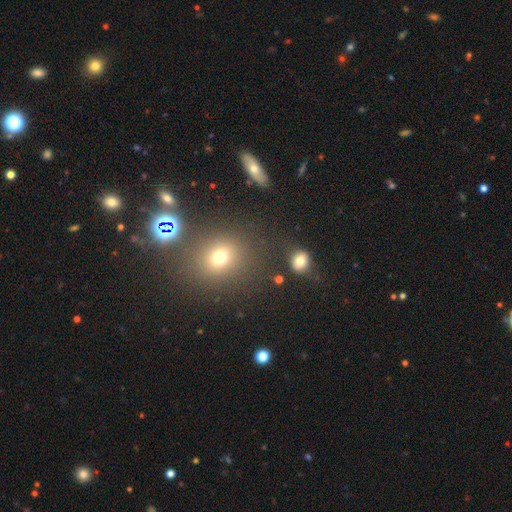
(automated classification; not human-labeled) The model was most divided on "smooth or featured": smooth: 53%, star or artifact: 36%, featured or disk: 11%. More confident: merging — none (81%); how rounded — round (67%).